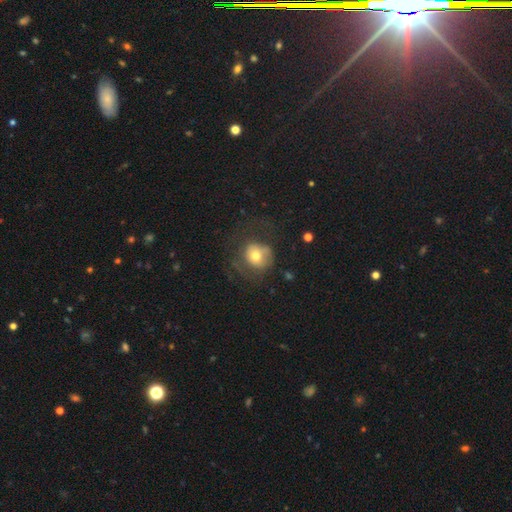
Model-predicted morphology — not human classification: Overall: smooth (61%; featured or disk 29%). How rounded: round (76%). Merging: none (40%; major disturbance 36%).